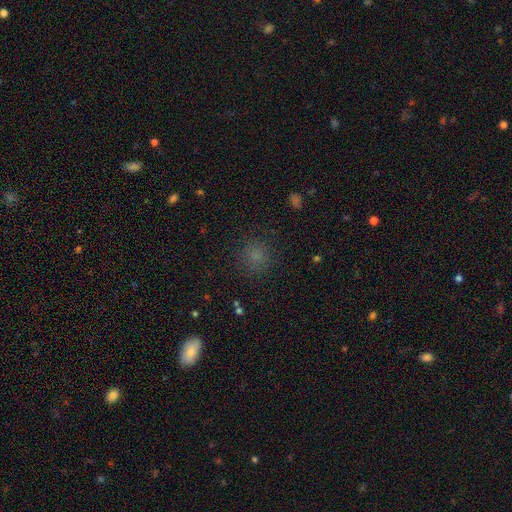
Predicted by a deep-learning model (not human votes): Overall: smooth (75%). How rounded: round (87%). Merging: none (85%).